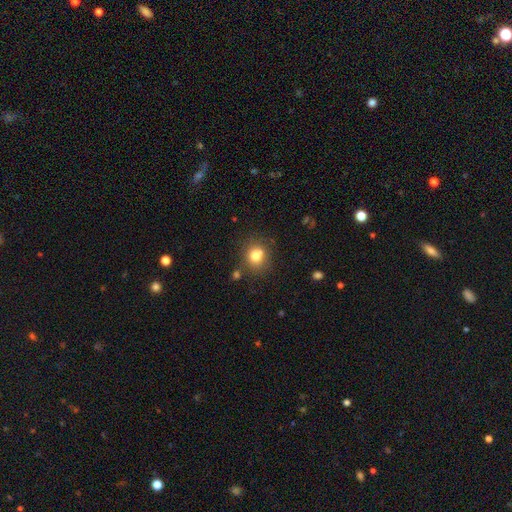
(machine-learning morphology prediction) Smooth or featured? smooth (77%)
How rounded? round (76%)
Merging? none (66%)